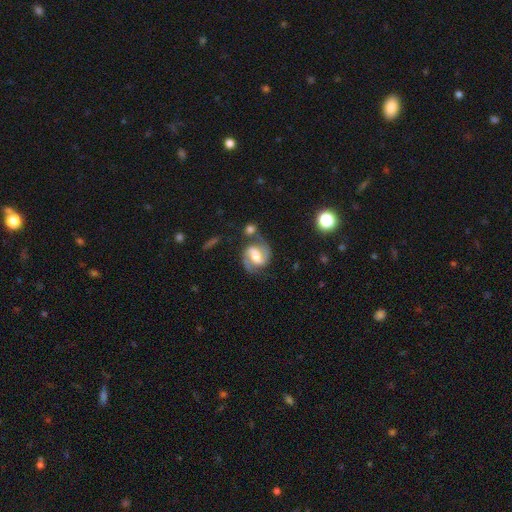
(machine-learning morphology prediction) Smooth or featured? featured or disk (85%)
Edge-on disk? no (98%)
Bar? weak (45%)
Spiral arms? yes (96%)
Spiral winding? medium (57%)
Spiral arm count? 2 (92%)
Bulge size? moderate (57%)
Merging? none (69%)